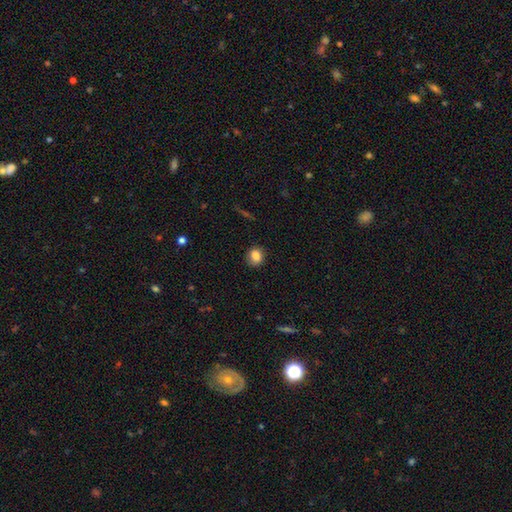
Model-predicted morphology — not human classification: This appears to be a smooth galaxy with no disk features (85%) that is round (65%). Merging: none (86%).